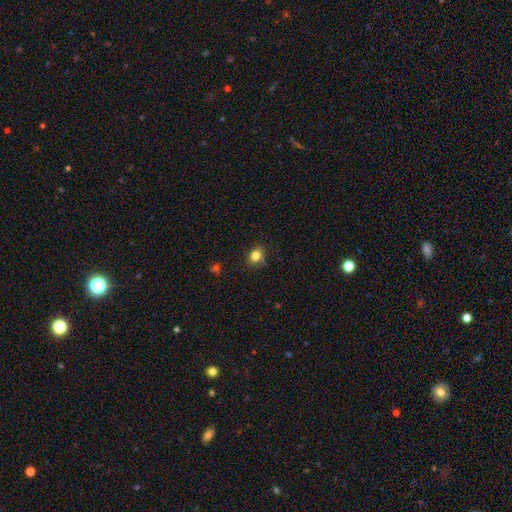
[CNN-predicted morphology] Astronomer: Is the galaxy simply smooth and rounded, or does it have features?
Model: smooth — 80%.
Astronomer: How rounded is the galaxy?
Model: round — 55% (runner-up: in between, 44%).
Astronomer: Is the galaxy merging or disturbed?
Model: none — 75%.